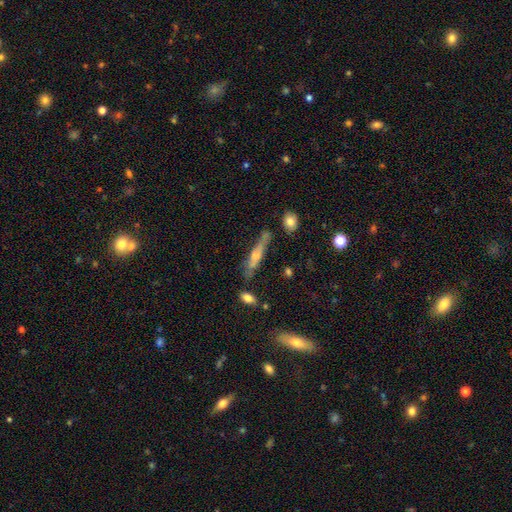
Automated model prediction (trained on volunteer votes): Overall: smooth (46%; featured or disk 45%). Merging: none (60%; minor disturbance 24%).